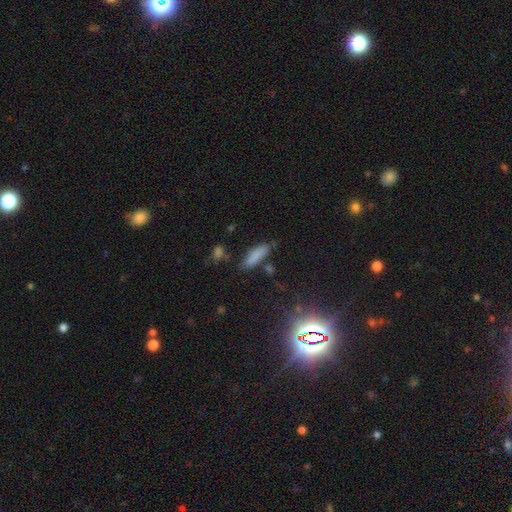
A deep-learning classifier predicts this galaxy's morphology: smooth_or_featured: smooth (p=0.82) [alt: star or artifact p=0.09]
how_rounded: cigar-shaped (p=0.55) [alt: in between p=0.43]
merging: none (p=0.73) [alt: minor disturbance p=0.17]